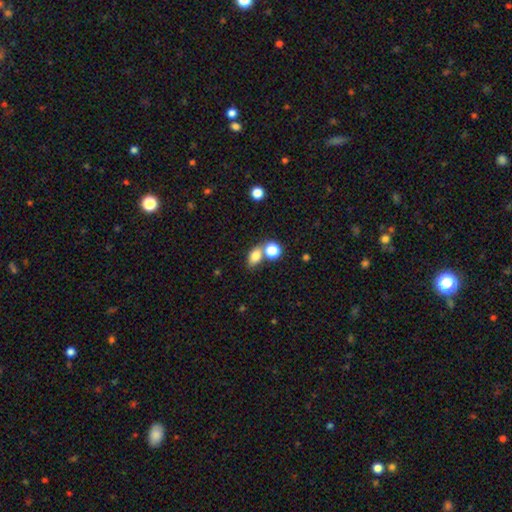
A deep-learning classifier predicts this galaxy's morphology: Smooth or featured? smooth (79%)
How rounded? in between (73%)
Merging? none (55%)